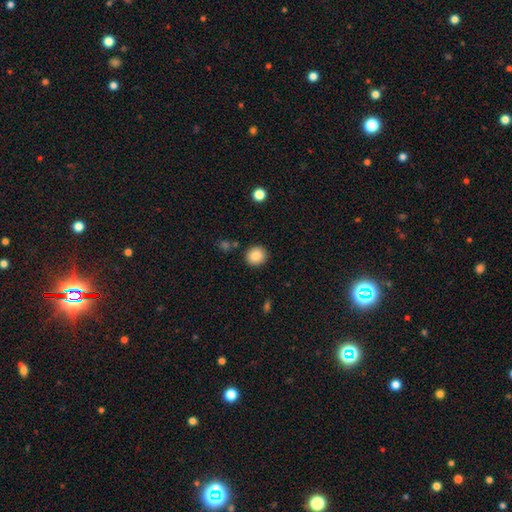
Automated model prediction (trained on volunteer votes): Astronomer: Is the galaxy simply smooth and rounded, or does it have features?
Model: smooth — 86%.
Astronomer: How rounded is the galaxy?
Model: round — 86%.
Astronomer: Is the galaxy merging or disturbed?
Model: none — 89%.